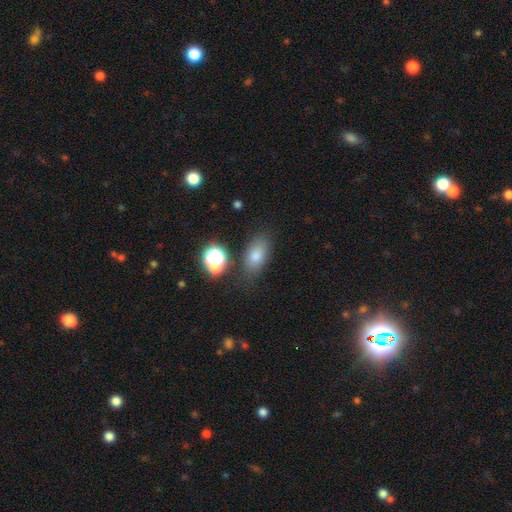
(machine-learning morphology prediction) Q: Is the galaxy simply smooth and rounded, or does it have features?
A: smooth — 75%.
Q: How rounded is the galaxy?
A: in between — 83%.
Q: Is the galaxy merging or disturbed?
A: none — 76%.